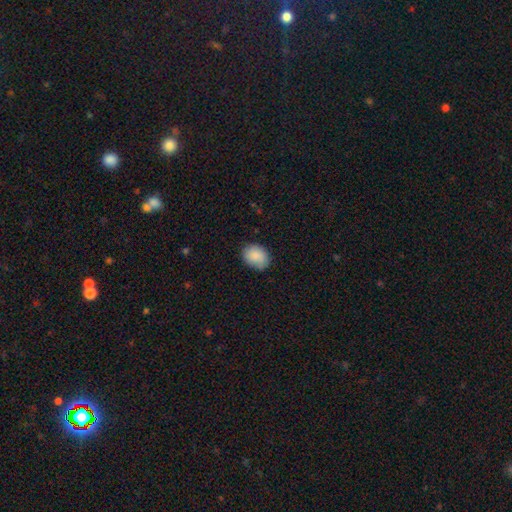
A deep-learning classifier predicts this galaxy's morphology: A smooth galaxy with no disk features (88%) that is in between round and cigar-shaped (61%). Merging: none (80%).